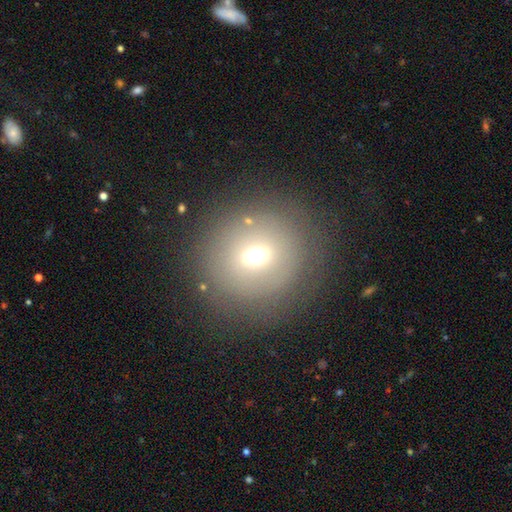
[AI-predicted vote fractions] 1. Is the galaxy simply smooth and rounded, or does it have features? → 62% smooth, 21% featured or disk, 17% star or artifact.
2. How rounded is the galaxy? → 88% round, 11% in between, 1% cigar-shaped.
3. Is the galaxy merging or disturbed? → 81% none, 11% minor disturbance, 6% major disturbance, 2% merger.